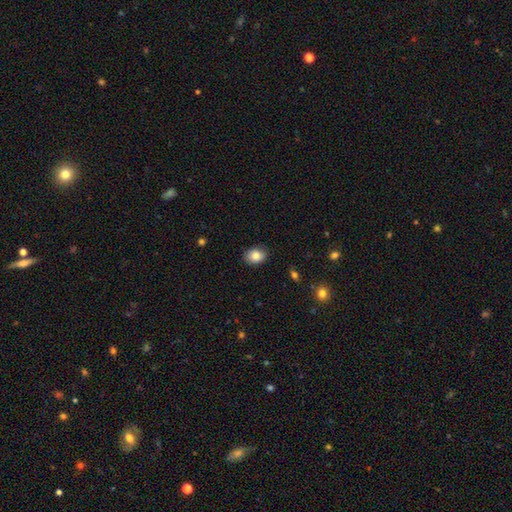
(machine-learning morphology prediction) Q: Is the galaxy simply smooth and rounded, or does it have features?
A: smooth — 85%.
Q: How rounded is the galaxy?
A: in between — 70%.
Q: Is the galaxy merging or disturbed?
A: none — 87%.